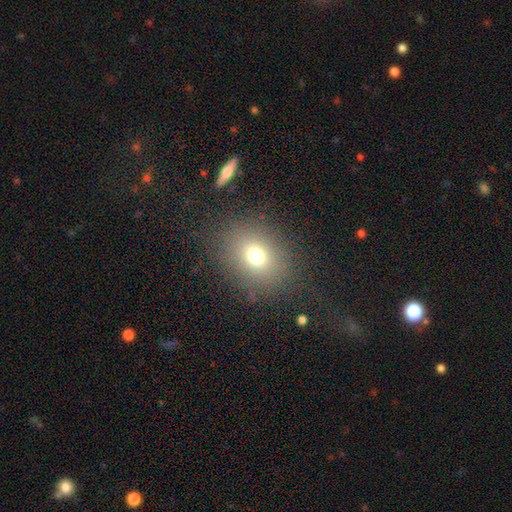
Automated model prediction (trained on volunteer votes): Morphology: type=smooth (71%); roundness=round (51%); merging=none (83%).